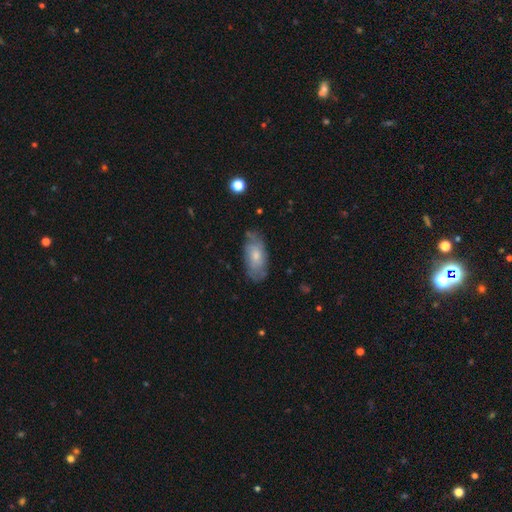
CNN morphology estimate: Smooth or featured: smooth — 58% (featured or disk — 35%)
How rounded: in between — 90% (cigar-shaped — 6%)
Merging: none — 69% (minor disturbance — 23%)